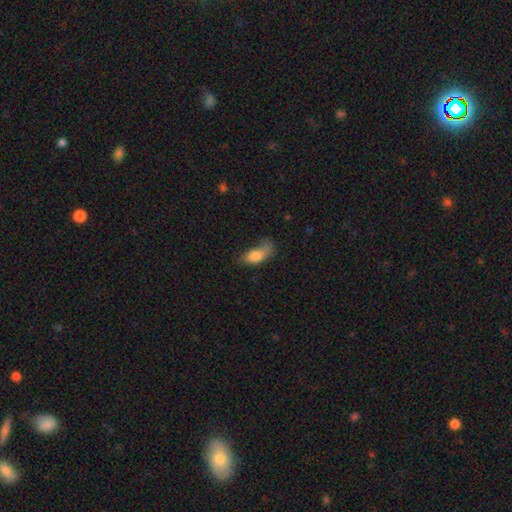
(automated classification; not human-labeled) Q: Smooth or featured?
A: smooth (76%); runner-up: featured or disk (16%)
Q: How rounded?
A: in between (82%); runner-up: cigar-shaped (12%)
Q: Merging?
A: none (33%); runner-up: minor disturbance (31%)